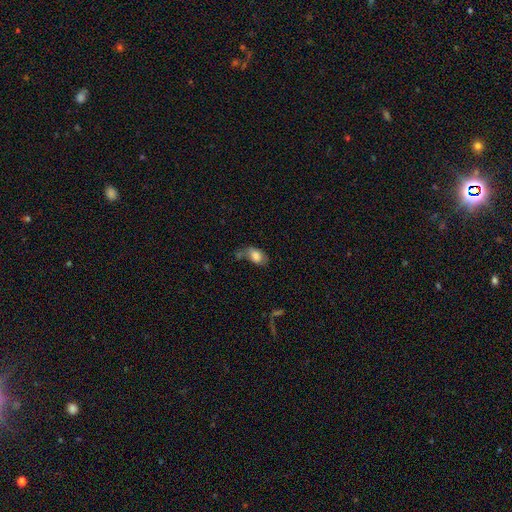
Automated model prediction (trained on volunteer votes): This is likely a smooth galaxy (75%). How rounded: clearly in between (87%). Merging: marginally none (40%).